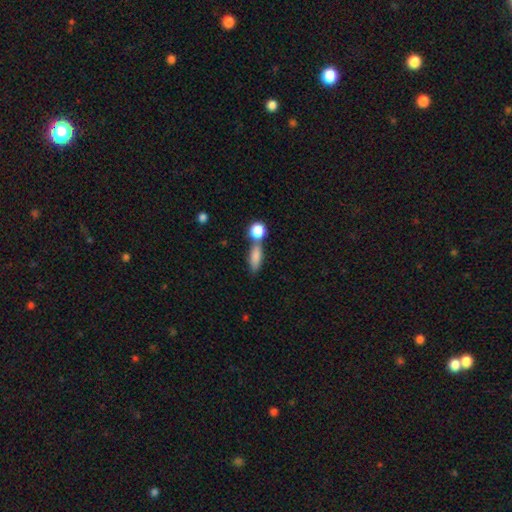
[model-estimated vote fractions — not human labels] A smooth galaxy with no disk features (82%) that is in between round and cigar-shaped (61%). Merging: none (48%).